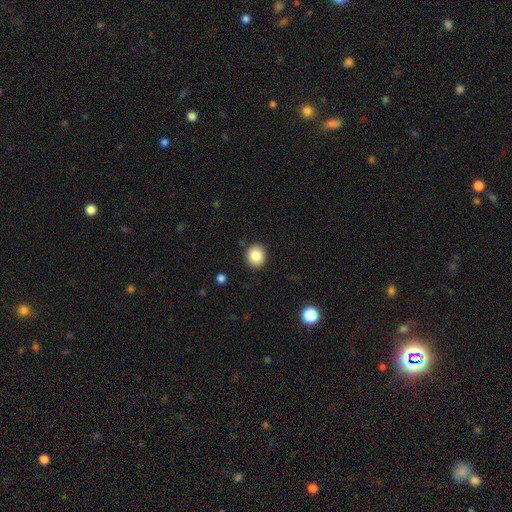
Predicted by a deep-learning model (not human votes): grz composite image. It shows a smooth galaxy with no disk features (85%) that is round (84%). Merging: none (91%).